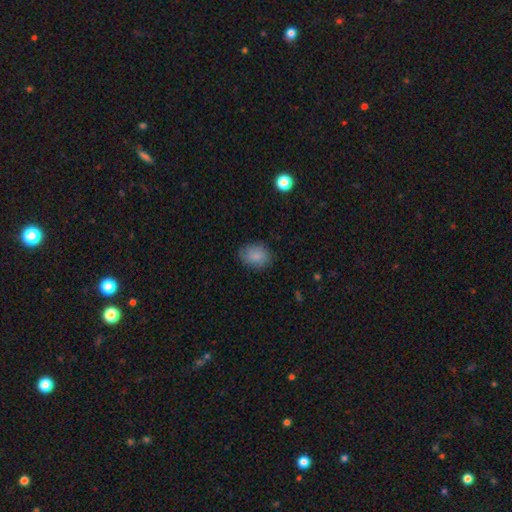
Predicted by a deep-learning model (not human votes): smooth 85%, star or artifact 8%, featured or disk 7%. Down the decision tree: how rounded — in between (53%); merging — none (79%).